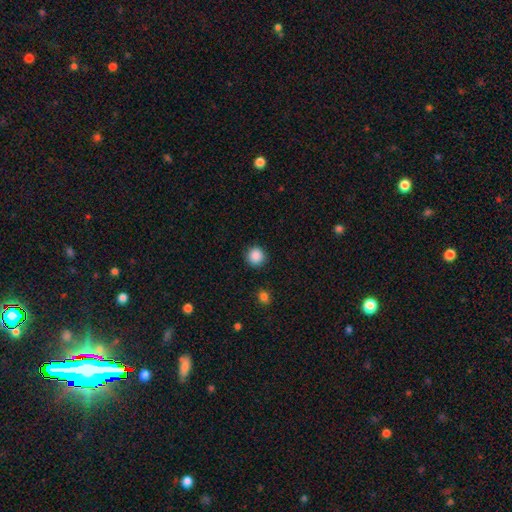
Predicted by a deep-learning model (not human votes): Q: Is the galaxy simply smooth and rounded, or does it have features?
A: smooth — 88%.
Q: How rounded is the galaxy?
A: round — 94%.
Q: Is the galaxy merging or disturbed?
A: none — 90%.